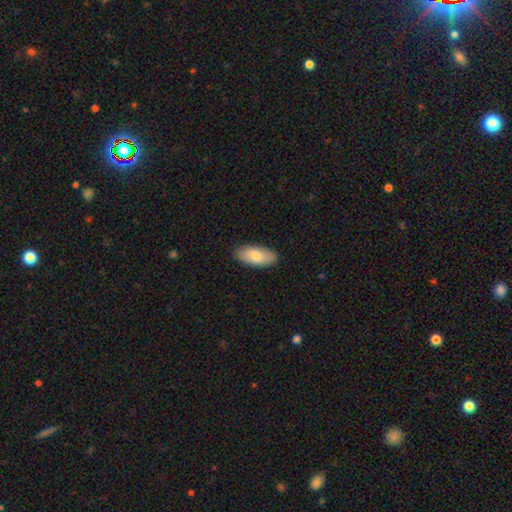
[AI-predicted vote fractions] Smooth or featured: smooth — 77% (featured or disk — 17%)
How rounded: in between — 90% (cigar-shaped — 8%)
Merging: none — 88% (minor disturbance — 9%)